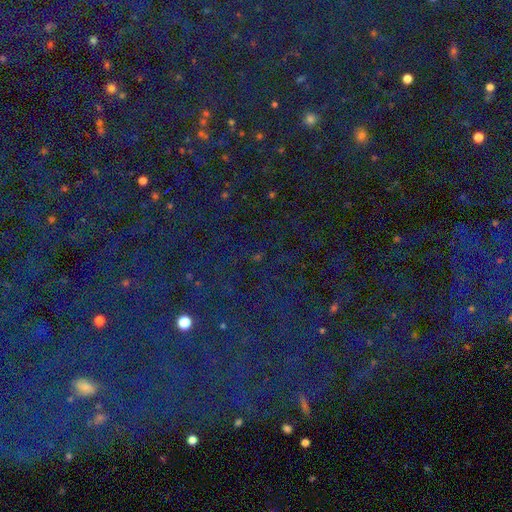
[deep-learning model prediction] Smooth or featured? star or artifact (81%)